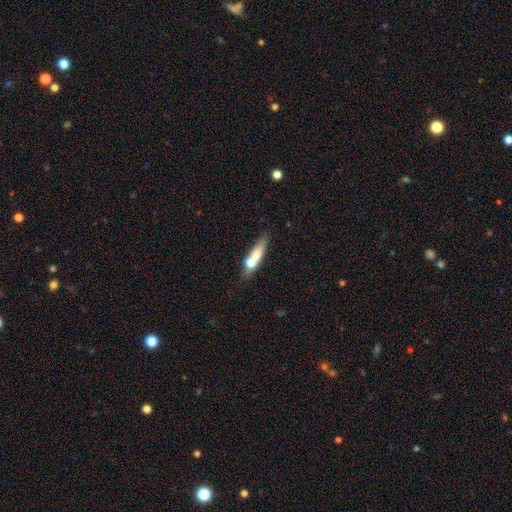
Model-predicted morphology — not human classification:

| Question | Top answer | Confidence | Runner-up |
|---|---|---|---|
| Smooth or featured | smooth | 57% | featured or disk (35%) |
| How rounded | cigar-shaped | 62% | in between (33%) |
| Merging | none | 46% | merger (36%) |